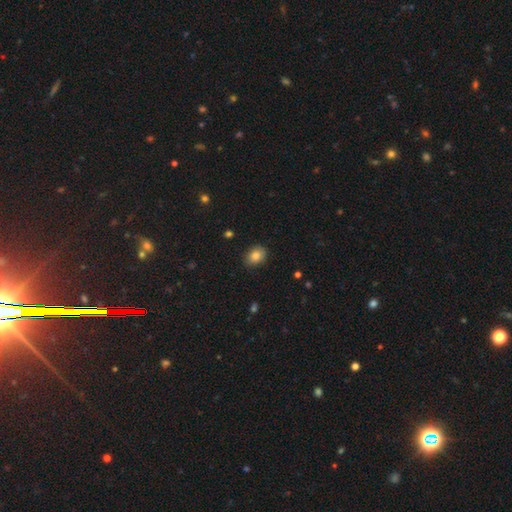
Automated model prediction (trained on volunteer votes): This is clearly a smooth galaxy (84%). How rounded: possibly in between (58%). Merging: clearly none (86%).